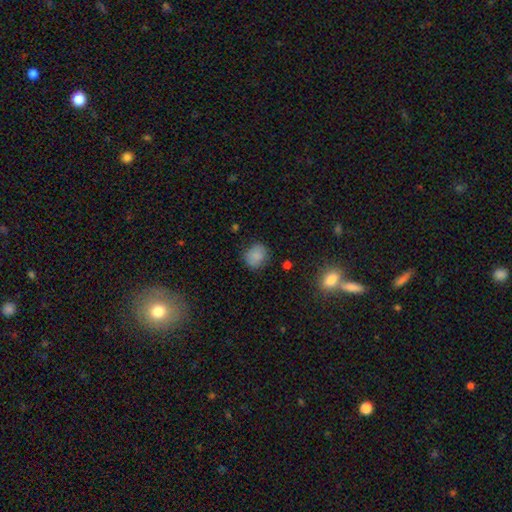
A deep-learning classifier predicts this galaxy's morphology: Smooth or featured? smooth (84%)
How rounded? round (72%)
Merging? none (79%)